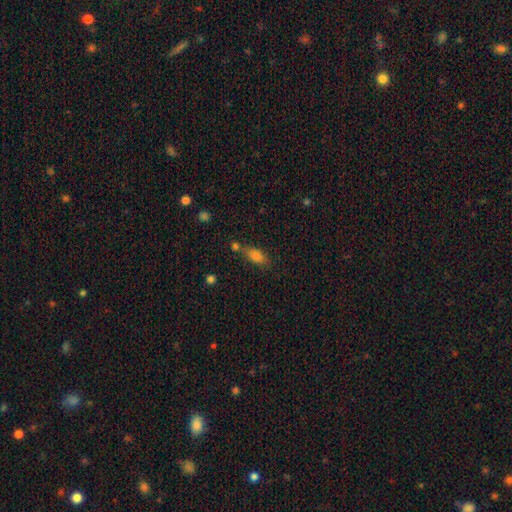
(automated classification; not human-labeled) Smooth or featured?
  - smooth: 77% *
  - star or artifact: 12%
  - featured or disk: 11%
How rounded?
  - in between: 80% *
  - cigar-shaped: 14%
  - round: 6%
Merging?
  - none: 57% *
  - merger: 21%
  - minor disturbance: 16%
  - major disturbance: 5%